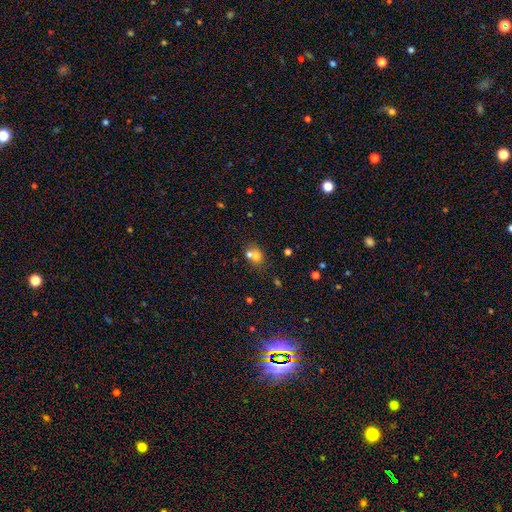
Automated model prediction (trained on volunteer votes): Smooth or featured: smooth — 67% (featured or disk — 17%)
How rounded: round — 67% (in between — 32%)
Merging: merger — 54% (none — 35%)